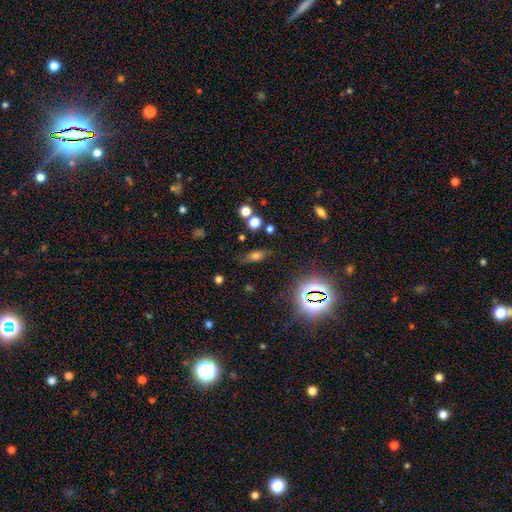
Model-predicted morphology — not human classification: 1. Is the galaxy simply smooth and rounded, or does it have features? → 66% smooth, 21% star or artifact, 13% featured or disk.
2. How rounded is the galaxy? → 72% in between, 18% cigar-shaped, 10% round.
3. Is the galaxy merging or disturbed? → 75% none, 15% minor disturbance, 6% major disturbance, 4% merger.